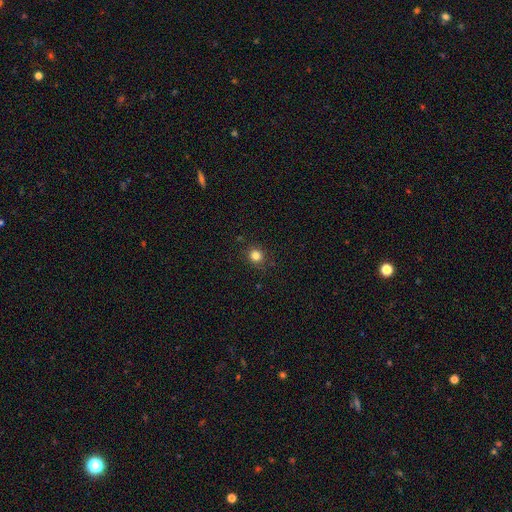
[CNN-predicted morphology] Smooth or featured?
  - smooth: 82% *
  - star or artifact: 13%
  - featured or disk: 4%
How rounded?
  - round: 90% *
  - in between: 9%
  - cigar-shaped: 1%
Merging?
  - none: 88% *
  - minor disturbance: 8%
  - major disturbance: 2%
  - merger: 1%